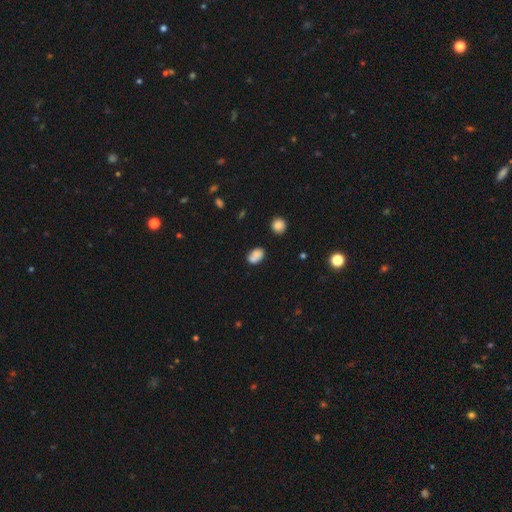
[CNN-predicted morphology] type=smooth (80%); roundness=in between (77%); merging=none (56%).